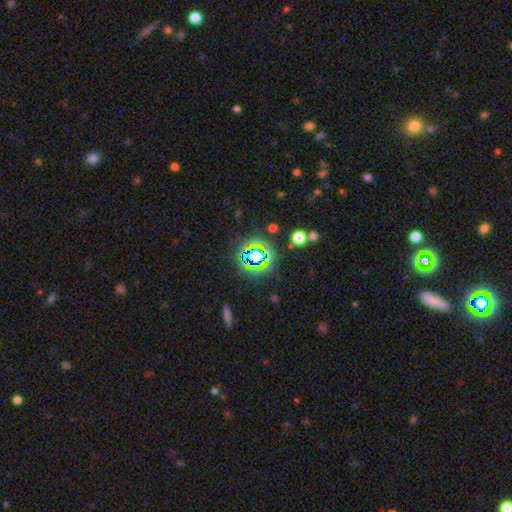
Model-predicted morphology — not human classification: Q: Smooth or featured?
A: star or artifact (63%); runner-up: smooth (24%)